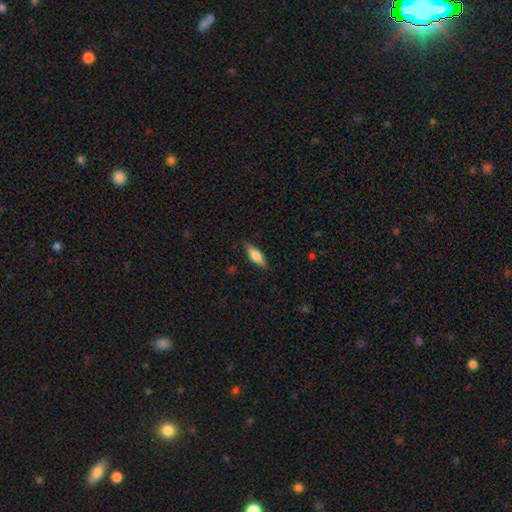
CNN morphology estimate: Q: Smooth or featured?
A: smooth (73%); runner-up: featured or disk (21%)
Q: How rounded?
A: in between (64%); runner-up: cigar-shaped (34%)
Q: Merging?
A: none (83%); runner-up: minor disturbance (13%)